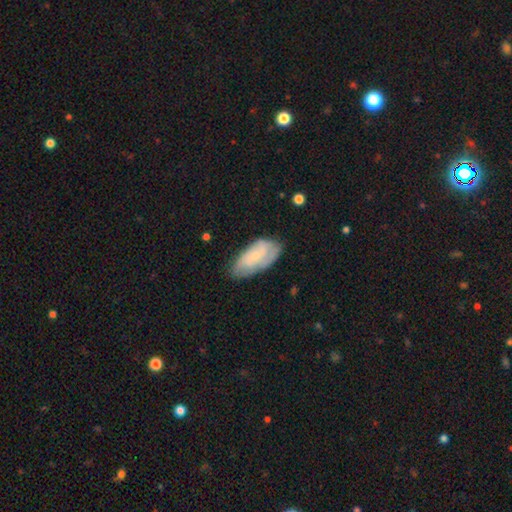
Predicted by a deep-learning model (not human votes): Q: Smooth or featured?
A: featured or disk (47%); runner-up: smooth (46%)
Q: Merging?
A: none (64%); runner-up: minor disturbance (27%)